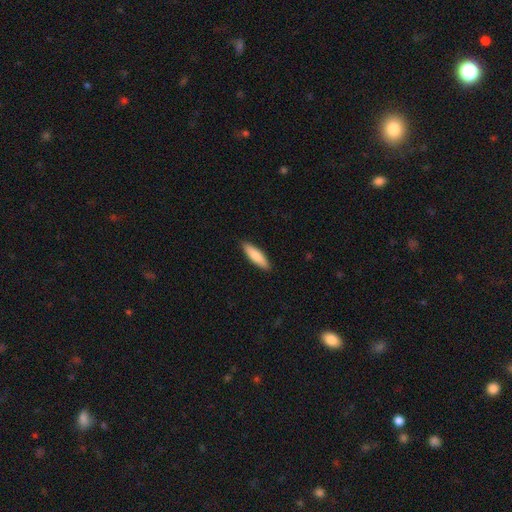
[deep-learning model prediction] This is clearly a smooth galaxy (82%). How rounded: likely cigar-shaped (63%). Merging: clearly none (90%).